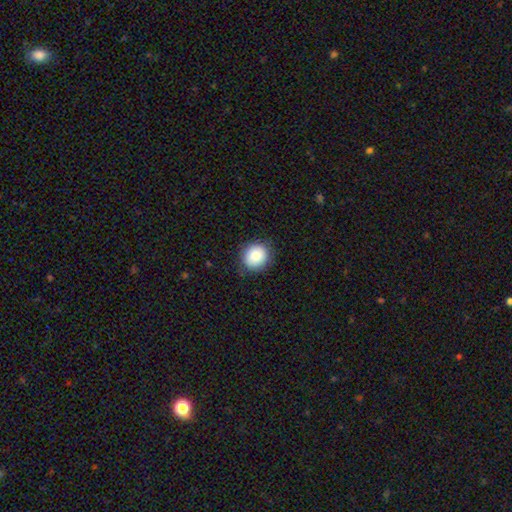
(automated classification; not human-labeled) Q: Smooth or featured?
A: smooth (86%); runner-up: star or artifact (8%)
Q: How rounded?
A: round (84%); runner-up: in between (15%)
Q: Merging?
A: none (85%); runner-up: minor disturbance (12%)